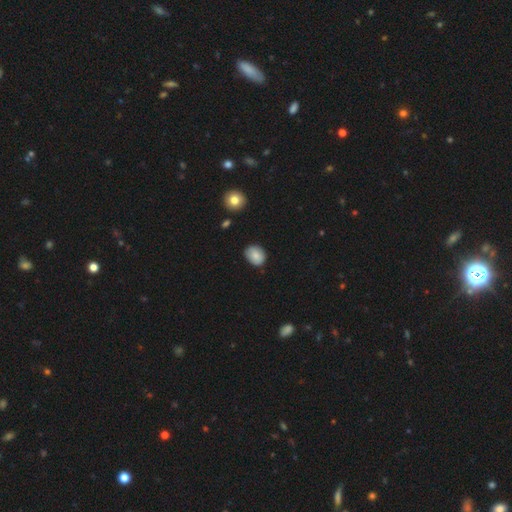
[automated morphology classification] This is clearly a smooth galaxy (83%). How rounded: possibly round (52%). Merging: likely none (77%).